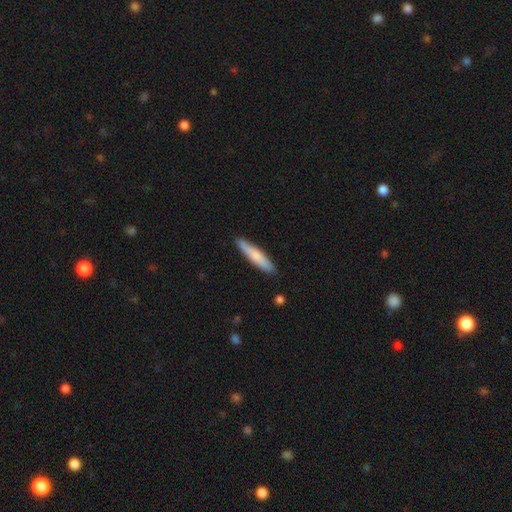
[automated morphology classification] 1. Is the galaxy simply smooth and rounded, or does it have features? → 73% smooth, 22% featured or disk, 5% star or artifact.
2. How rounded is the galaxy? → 87% cigar-shaped, 12% in between, 1% round.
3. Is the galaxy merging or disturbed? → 88% none, 9% minor disturbance, 2% major disturbance, 1% merger.